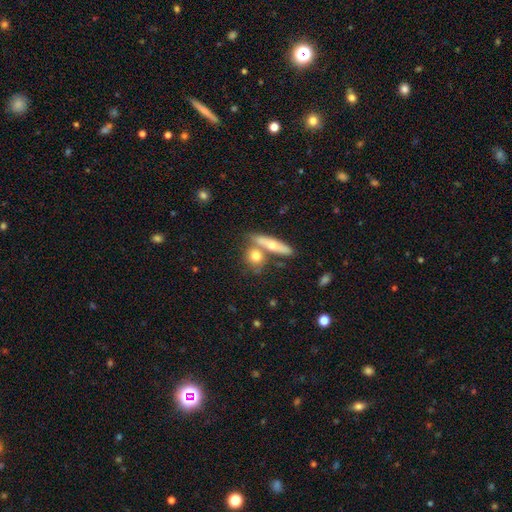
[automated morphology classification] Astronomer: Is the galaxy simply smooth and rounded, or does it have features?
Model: smooth — 68%.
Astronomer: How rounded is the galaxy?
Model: round — 46% (runner-up: in between, 34%).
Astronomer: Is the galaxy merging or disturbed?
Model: none — 48% (runner-up: merger, 38%).